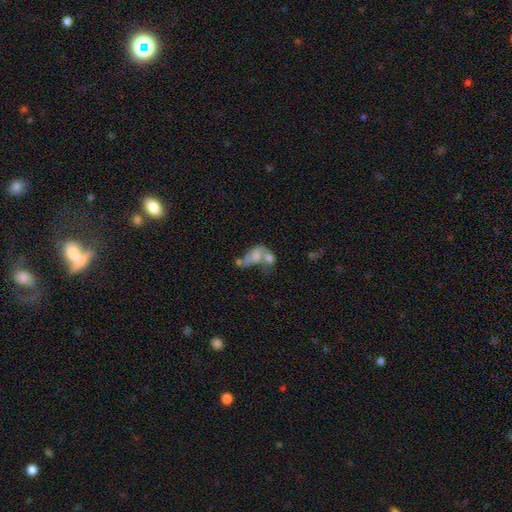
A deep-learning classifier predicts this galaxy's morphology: smooth 55%, featured or disk 34%, star or artifact 11%. Down the decision tree: how rounded — in between (84%); merging — merger (61%).